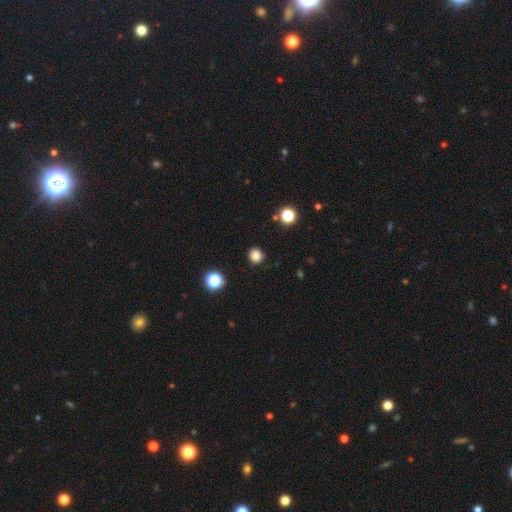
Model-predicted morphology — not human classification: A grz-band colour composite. It shows a smooth galaxy with no disk features (84%) that is round (88%). Merging: none (90%).